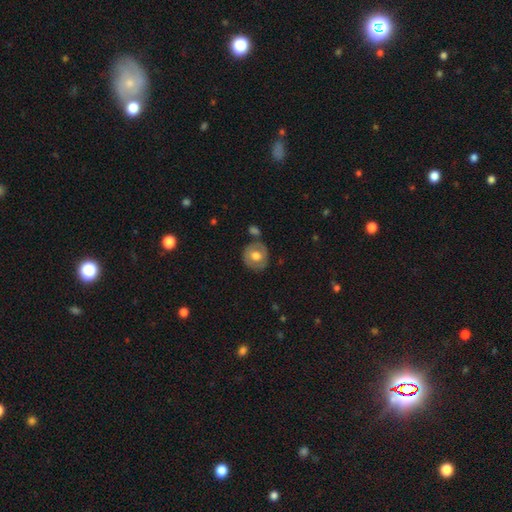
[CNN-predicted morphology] This appears to be a smooth galaxy with no disk features (59%) that is round (83%). Merging: none (72%).